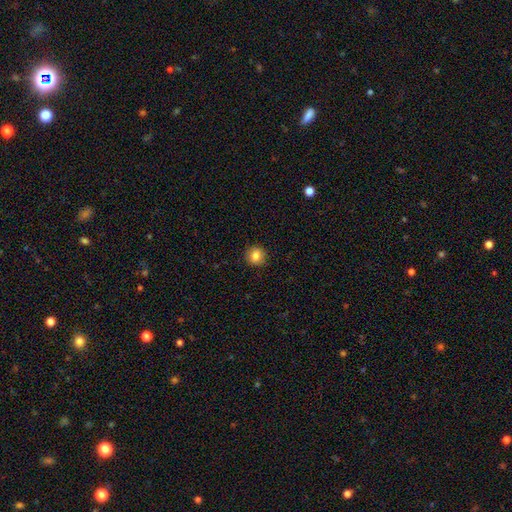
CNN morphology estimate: smooth_or_featured: smooth (p=0.83) [alt: star or artifact p=0.10]
how_rounded: round (p=0.90) [alt: in between p=0.09]
merging: none (p=0.91) [alt: minor disturbance p=0.06]